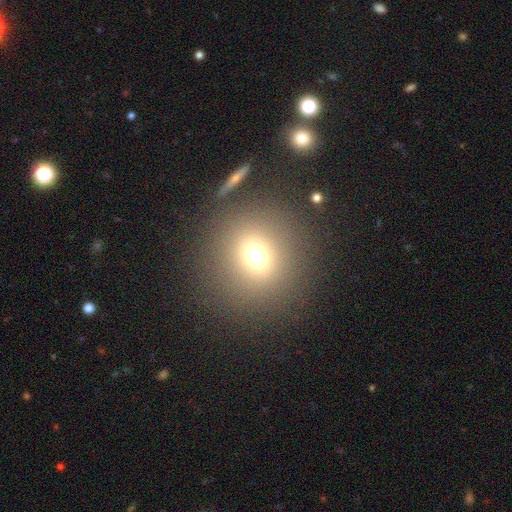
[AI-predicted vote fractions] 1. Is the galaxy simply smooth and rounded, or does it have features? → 69% smooth, 19% star or artifact, 12% featured or disk.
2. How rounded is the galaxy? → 89% round, 10% in between, 1% cigar-shaped.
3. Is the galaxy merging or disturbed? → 82% none, 8% minor disturbance, 6% merger, 5% major disturbance.